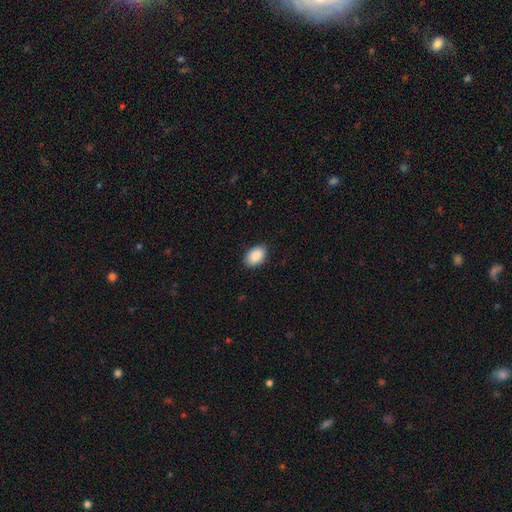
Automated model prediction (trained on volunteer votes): smooth_or_featured: smooth (p=0.90) [alt: star or artifact p=0.06]
how_rounded: in between (p=0.90) [alt: round p=0.09]
merging: none (p=0.88) [alt: minor disturbance p=0.09]